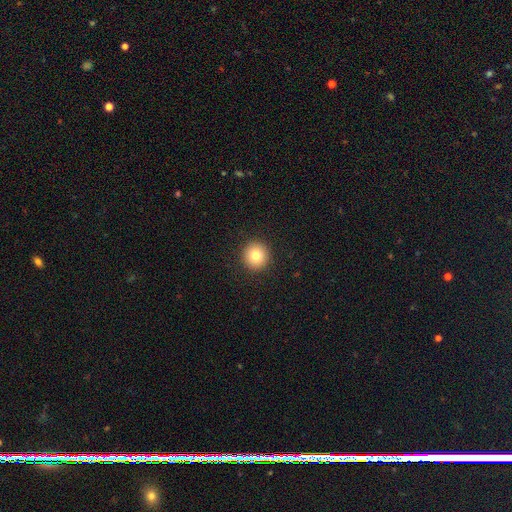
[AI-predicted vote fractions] A smooth galaxy with no disk features (81%) that is round (95%). Merging: none (93%).